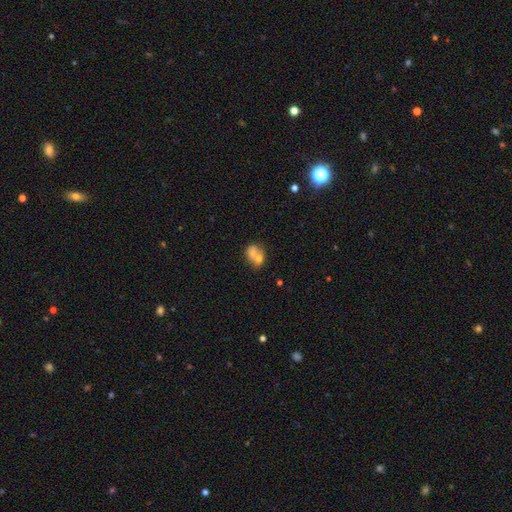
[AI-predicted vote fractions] Smooth or featured? smooth (64%)
How rounded? round (51%)
Merging? merger (62%)